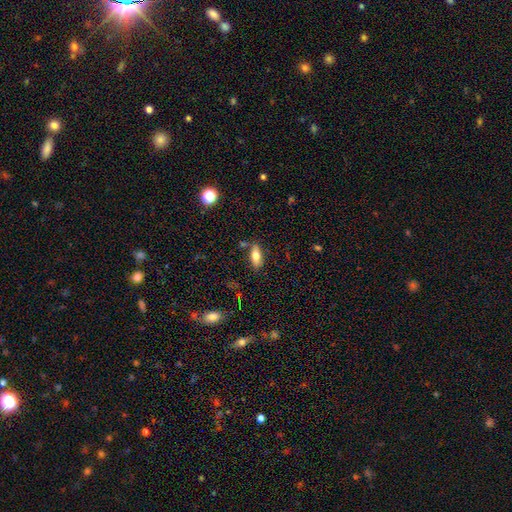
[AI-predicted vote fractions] Morphology: type=smooth (67%); roundness=in between (78%); merging=none (78%).